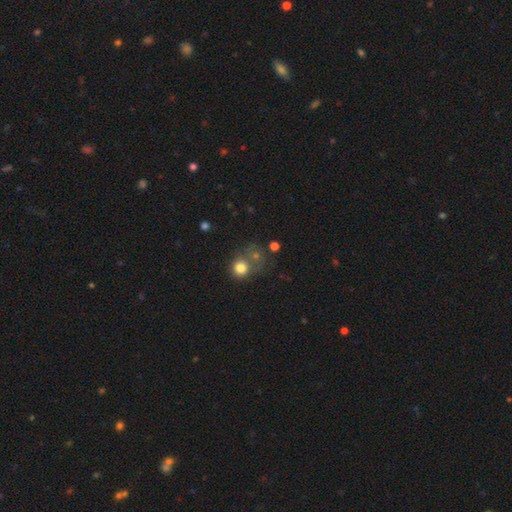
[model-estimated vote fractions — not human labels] This appears to be a smooth galaxy with no disk features (64%) that is round (83%). Merging: none (50%).